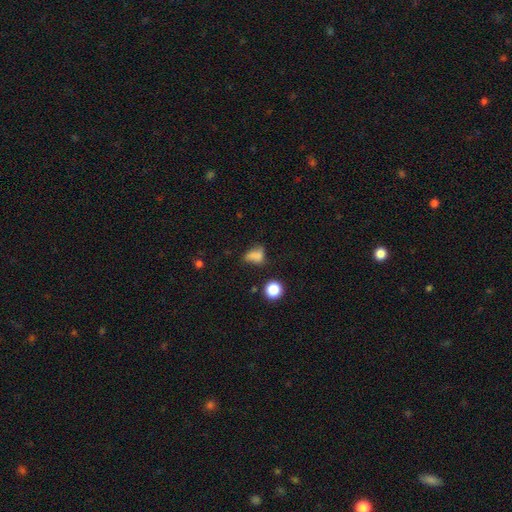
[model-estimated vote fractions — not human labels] smooth_or_featured: smooth (p=0.72) [alt: star or artifact p=0.15]
how_rounded: in between (p=0.69) [alt: round p=0.27]
merging: none (p=0.37) [alt: minor disturbance p=0.30]